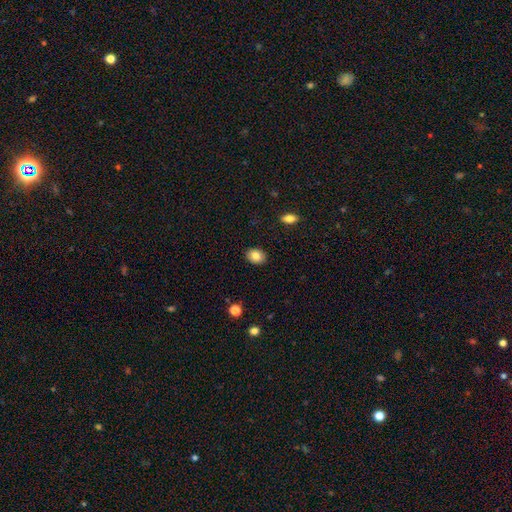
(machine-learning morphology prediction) type=smooth (83%); roundness=in between (62%); merging=none (90%).